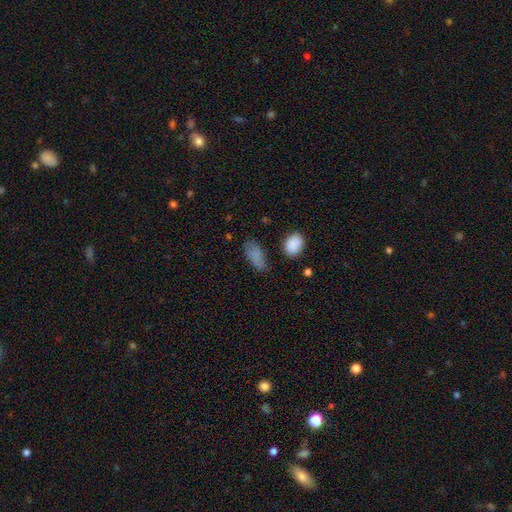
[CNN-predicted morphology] This appears to be a smooth galaxy with no disk features (82%) that is in between round and cigar-shaped (89%). Merging: none (62%).